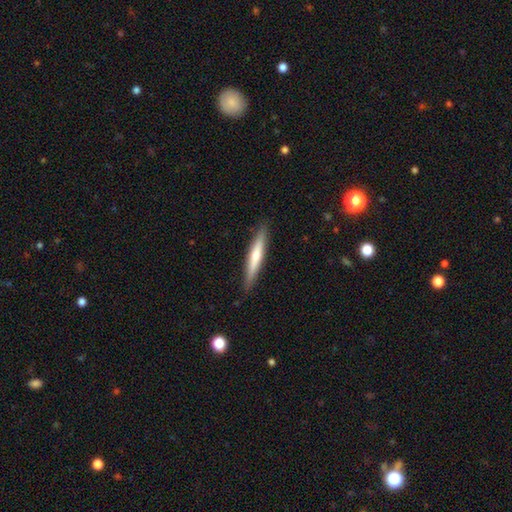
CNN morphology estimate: This appears to be a smooth galaxy with no disk features (51%) that is cigar-shaped (93%). Merging: none (89%).